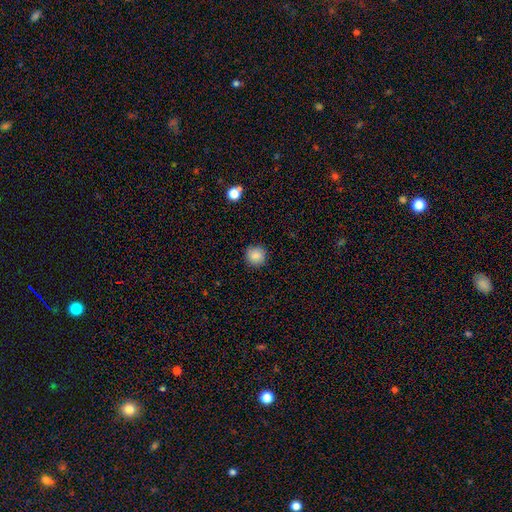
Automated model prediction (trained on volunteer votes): This appears to be a smooth galaxy with no disk features (86%) that is round (95%). Merging: none (90%).